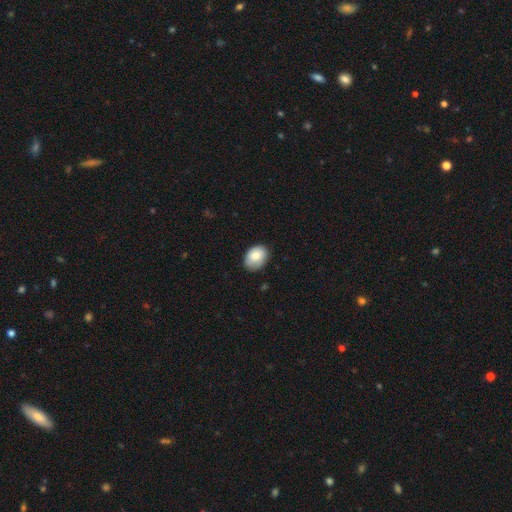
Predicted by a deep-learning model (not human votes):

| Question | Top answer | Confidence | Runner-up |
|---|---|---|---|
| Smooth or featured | smooth | 81% | featured or disk (12%) |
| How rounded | in between | 73% | round (26%) |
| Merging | none | 78% | minor disturbance (19%) |